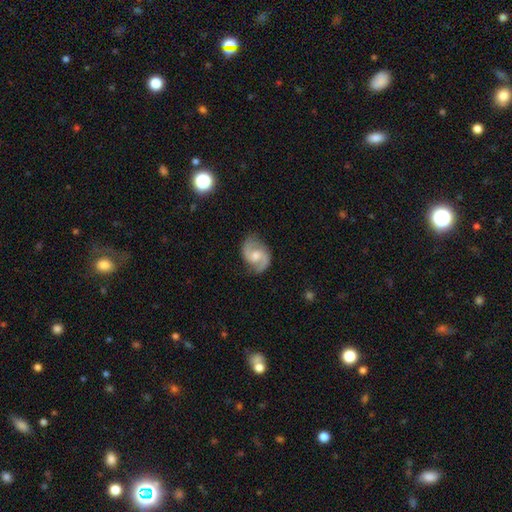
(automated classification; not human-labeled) featured or disk 88%, smooth 7%, star or artifact 5%. Down the decision tree: edge-on disk — no (98%); bar — no (47%); spiral arms — yes (98%); spiral arm count — 2 (93%); spiral winding — medium (59%); bulge size — moderate (60%); merging — none (81%).